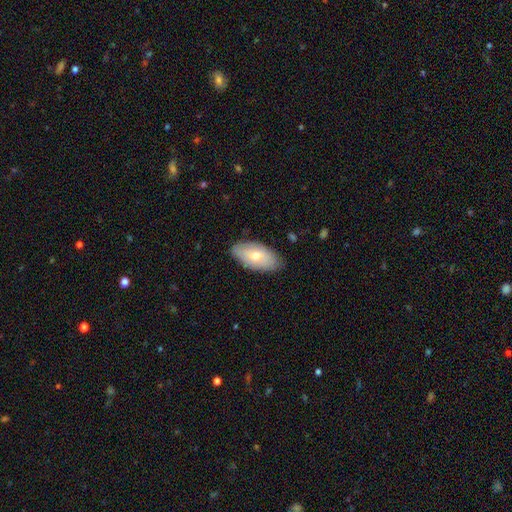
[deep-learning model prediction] This is likely a smooth galaxy (62%). How rounded: clearly in between (92%). Merging: clearly none (82%).